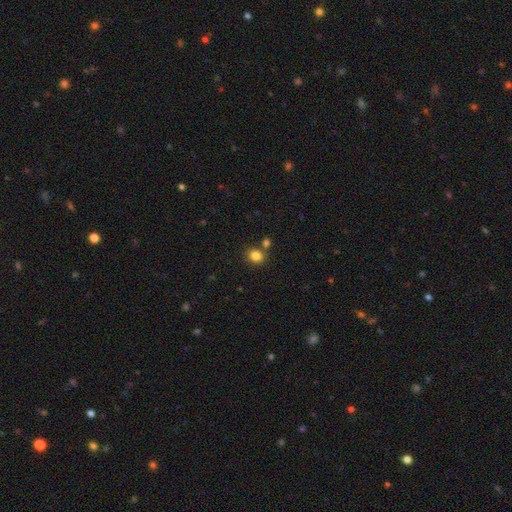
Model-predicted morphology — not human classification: A smooth galaxy with no disk features (83%) that is round (65%). Merging: none (72%).